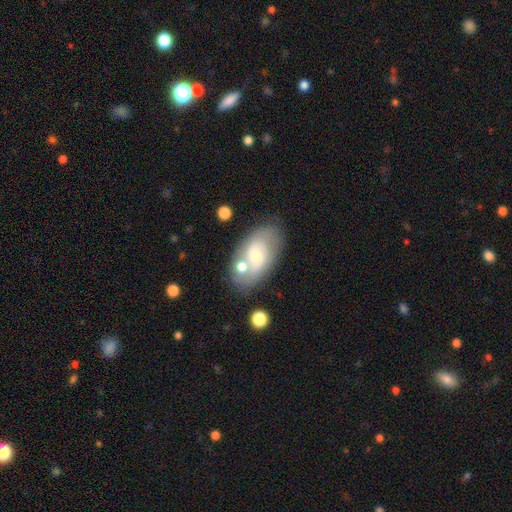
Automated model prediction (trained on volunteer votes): This is possibly a featured or disk galaxy (51%). It is clearly not viewed edge-on (93%). Merging: likely none (61%).